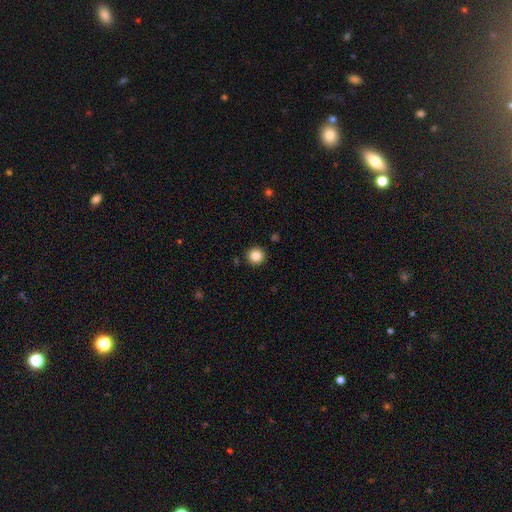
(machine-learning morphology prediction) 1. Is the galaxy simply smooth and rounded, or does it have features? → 85% smooth, 11% star or artifact, 5% featured or disk.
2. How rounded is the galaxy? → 95% round, 4% in between, 1% cigar-shaped.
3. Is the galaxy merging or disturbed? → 92% none, 5% minor disturbance, 2% major disturbance, 1% merger.